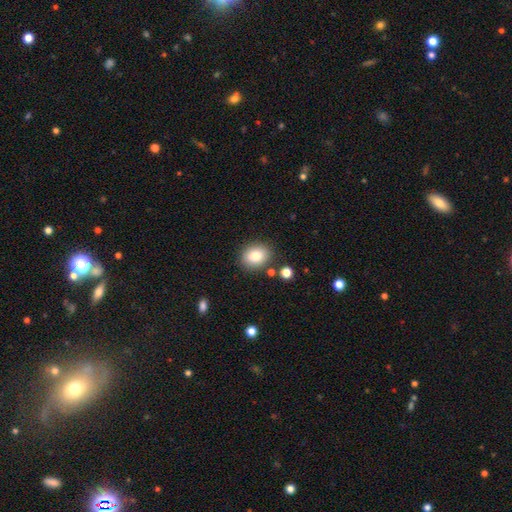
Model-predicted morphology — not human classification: A smooth galaxy with no disk features (81%) that is round (55%).

Vote fractions:
- Smooth or featured? smooth: 81% / star or artifact: 10% / featured or disk: 9%
- How rounded? round: 55% / in between: 44% / cigar-shaped: 1%
- Merging? none: 83% / minor disturbance: 10% / merger: 4% / major disturbance: 3%